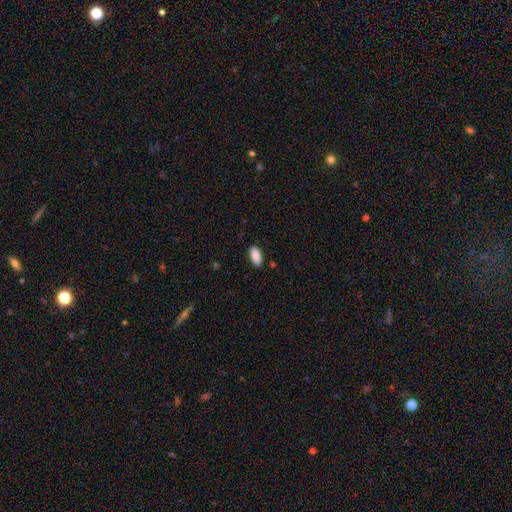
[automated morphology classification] A smooth galaxy with no disk features (89%) that is in between round and cigar-shaped (90%). Merging: none (87%).